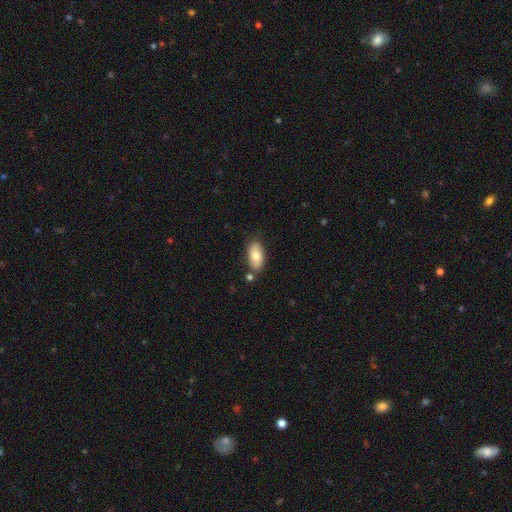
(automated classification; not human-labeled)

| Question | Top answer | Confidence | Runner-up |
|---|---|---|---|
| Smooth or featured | smooth | 78% | featured or disk (16%) |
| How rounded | in between | 93% | cigar-shaped (4%) |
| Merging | none | 73% | minor disturbance (15%) |